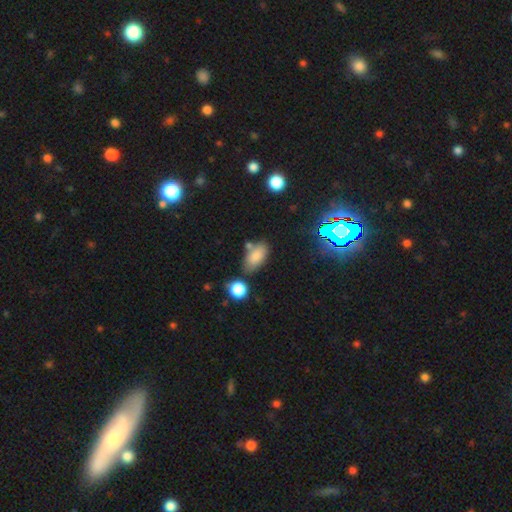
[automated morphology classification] Smooth or featured? Predicted: smooth (p=0.80). How rounded? Predicted: in between (p=0.90). Merging? Predicted: none (p=0.63).